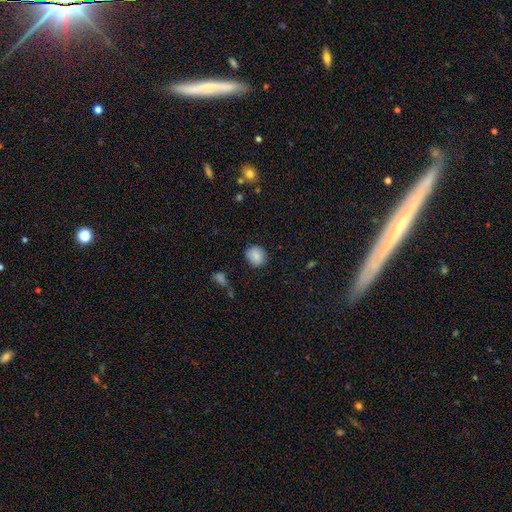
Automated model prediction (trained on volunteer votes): This appears to be a smooth galaxy with no disk features (85%) that is round (73%). Merging: none (84%).